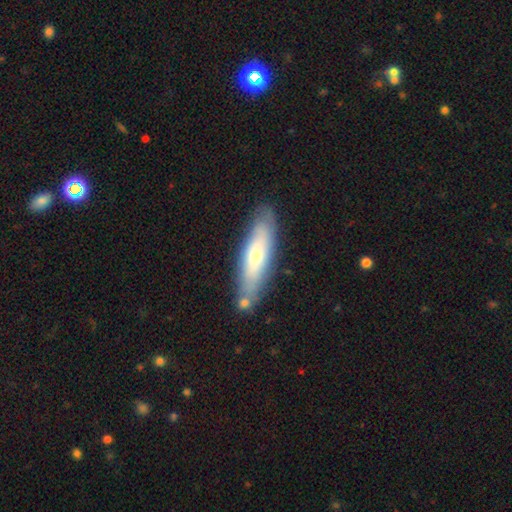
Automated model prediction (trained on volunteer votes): A smooth galaxy with no disk features (48%).

Vote fractions:
- Smooth or featured? smooth: 48% / featured or disk: 44% / star or artifact: 8%
- Merging? none: 81% / minor disturbance: 12% / merger: 4% / major disturbance: 2%